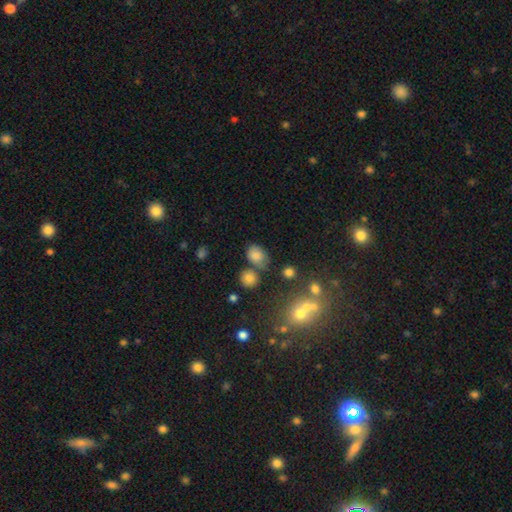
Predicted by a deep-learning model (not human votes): This appears to be a smooth galaxy with no disk features (75%) that is in between round and cigar-shaped (61%). Merging: none (60%).